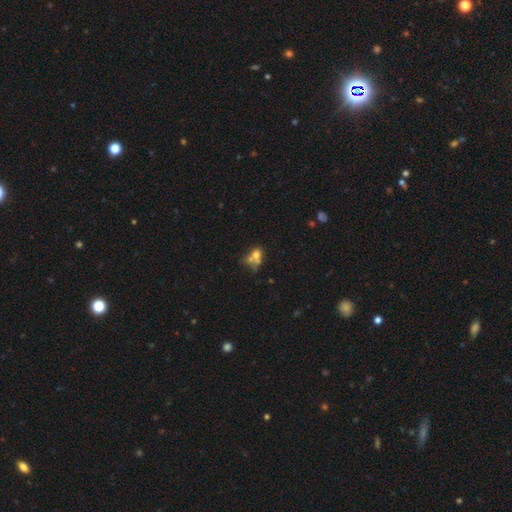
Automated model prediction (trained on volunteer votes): This appears to be a smooth galaxy with no disk features (58%) that is round (53%). Merging: merger (52%).